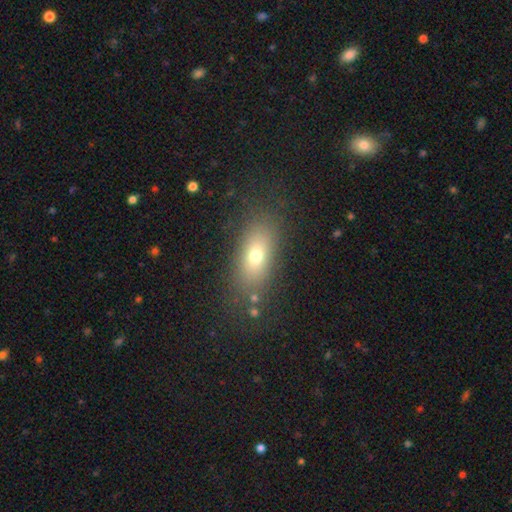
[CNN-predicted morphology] smooth-or-featured: smooth: 69% | featured or disk: 18% | star or artifact: 13%
  how-rounded: in between: 77% | cigar-shaped: 12% | round: 11%
  merging: none: 81% | minor disturbance: 11% | major disturbance: 6% | merger: 2%